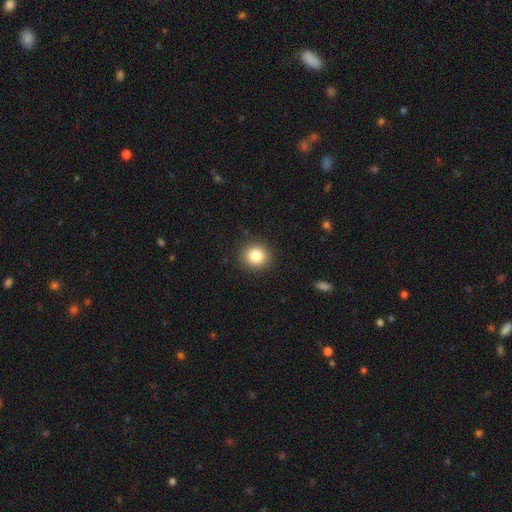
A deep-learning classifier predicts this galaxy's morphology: This appears to be a smooth galaxy with no disk features (84%) that is round (89%). Merging: none (91%).